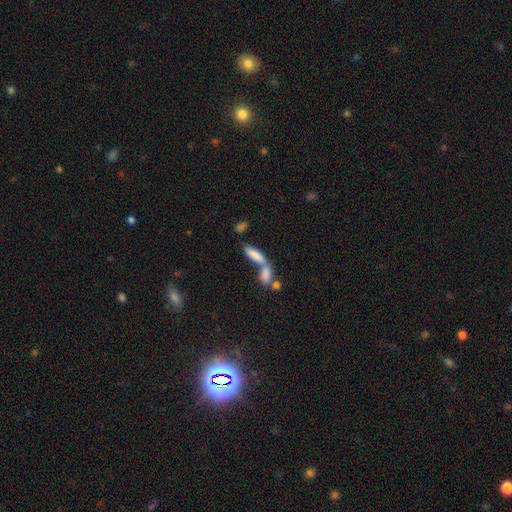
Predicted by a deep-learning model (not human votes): A smooth galaxy with no disk features (79%) that is in between round and cigar-shaped (56%). Merging: merger (60%).